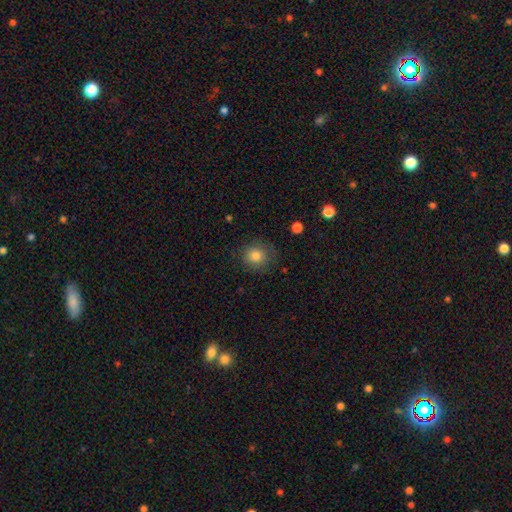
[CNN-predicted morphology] Smooth or featured?
  - smooth: 82% *
  - star or artifact: 11%
  - featured or disk: 7%
How rounded?
  - round: 87% *
  - in between: 12%
  - cigar-shaped: 1%
Merging?
  - none: 81% *
  - minor disturbance: 14%
  - major disturbance: 4%
  - merger: 1%